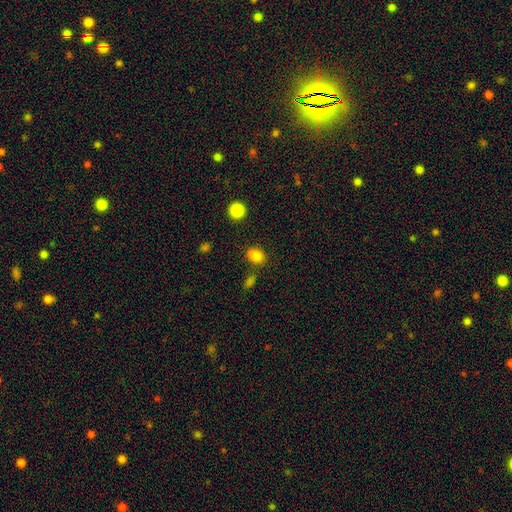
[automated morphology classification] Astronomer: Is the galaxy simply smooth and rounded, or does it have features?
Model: smooth — 82%.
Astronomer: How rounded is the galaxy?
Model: in between — 70%.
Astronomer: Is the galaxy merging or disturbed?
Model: none — 69%.